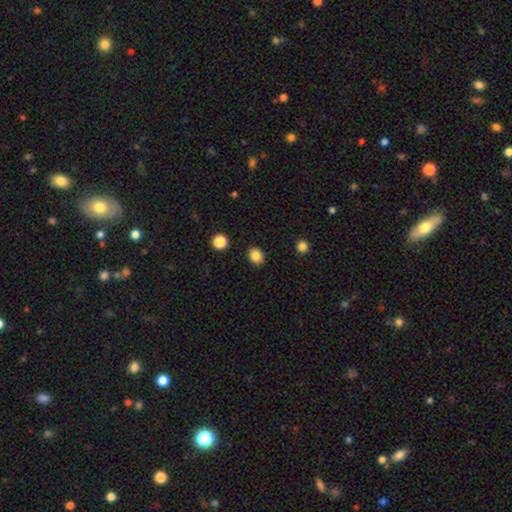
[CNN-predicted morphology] Smooth or featured: smooth — 85% (star or artifact — 10%)
How rounded: in between — 52% (round — 47%)
Merging: none — 88% (minor disturbance — 8%)